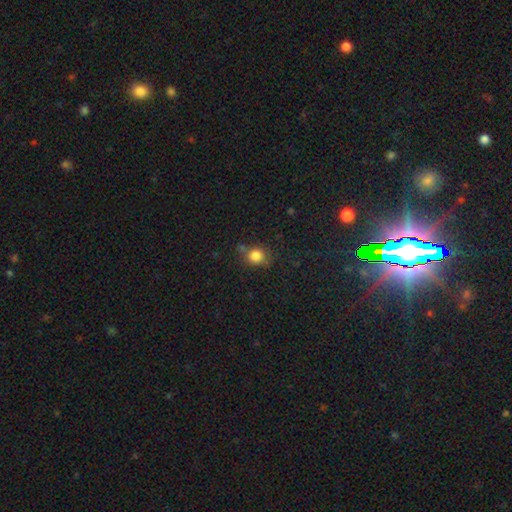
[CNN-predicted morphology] Smooth or featured?
  - smooth: 82% *
  - star or artifact: 12%
  - featured or disk: 6%
How rounded?
  - round: 78% *
  - in between: 21%
  - cigar-shaped: 1%
Merging?
  - none: 65% *
  - minor disturbance: 20%
  - merger: 10%
  - major disturbance: 6%